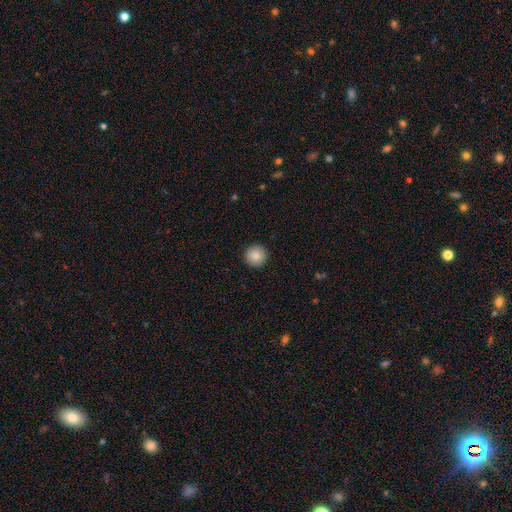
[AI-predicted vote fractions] smooth-or-featured: smooth: 86% | star or artifact: 9% | featured or disk: 5%
  how-rounded: round: 96% | in between: 3% | cigar-shaped: 1%
  merging: none: 93% | minor disturbance: 5% | major disturbance: 1% | merger: 1%